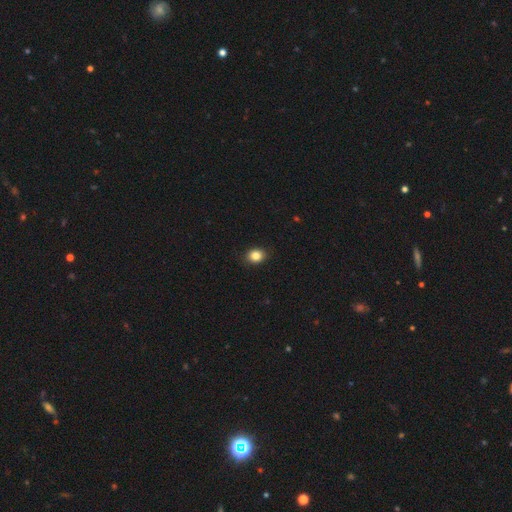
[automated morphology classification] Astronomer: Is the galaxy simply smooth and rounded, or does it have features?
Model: smooth — 84%.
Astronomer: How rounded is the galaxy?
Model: round — 58% (runner-up: in between, 41%).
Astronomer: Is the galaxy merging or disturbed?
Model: none — 90%.